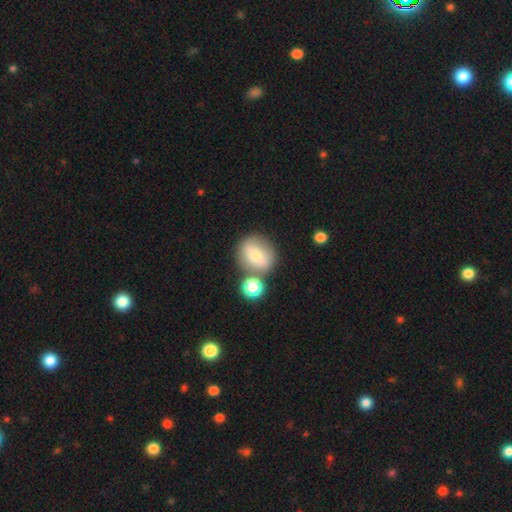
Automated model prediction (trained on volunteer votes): Morphology: type=smooth (69%); roundness=round (76%); merging=none (60%).